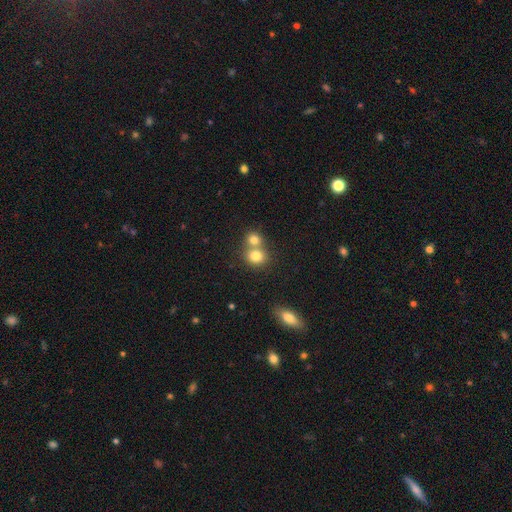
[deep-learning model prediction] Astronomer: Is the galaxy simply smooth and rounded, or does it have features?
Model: smooth — 79%.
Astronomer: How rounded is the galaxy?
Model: round — 76%.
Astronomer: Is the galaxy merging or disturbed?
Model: merger — 53% (runner-up: none, 39%).